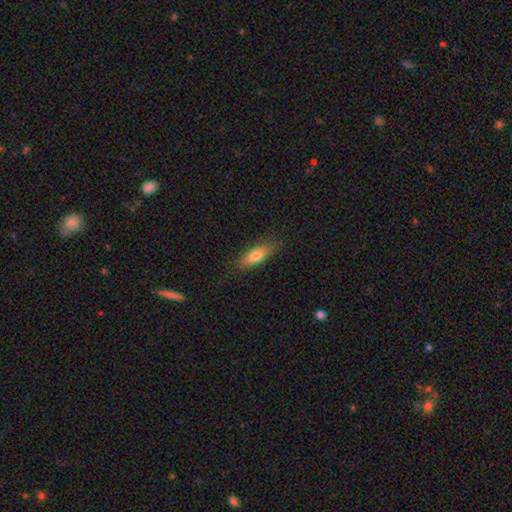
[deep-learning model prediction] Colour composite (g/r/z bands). It shows a smooth galaxy with no disk features (77%) that is in between round and cigar-shaped (65%). Merging: none (80%).